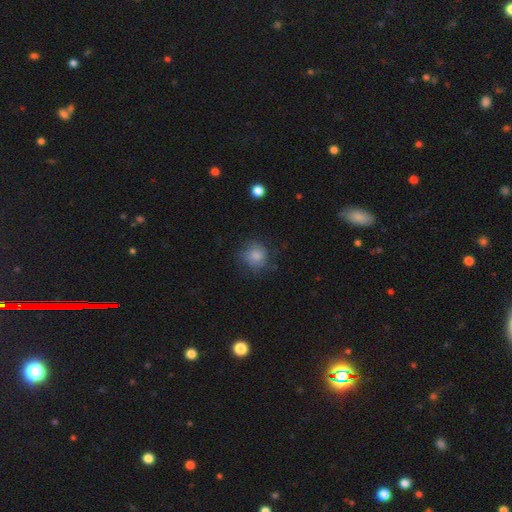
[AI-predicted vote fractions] A smooth galaxy with no disk features (79%) that is round (84%). Merging: none (66%).